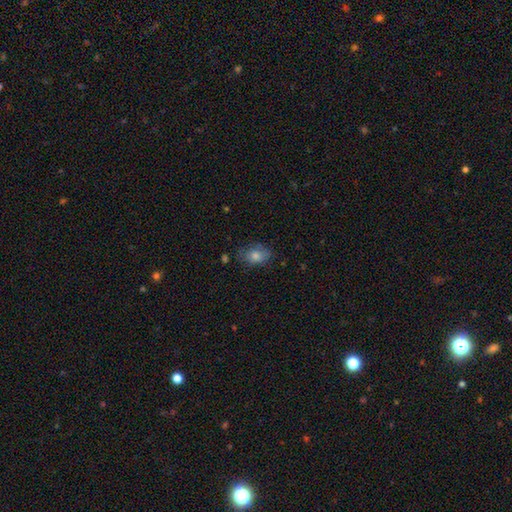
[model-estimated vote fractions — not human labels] smooth_or_featured: smooth (p=0.71) [alt: featured or disk p=0.16]
how_rounded: in between (p=0.74) [alt: round p=0.25]
merging: none (p=0.70) [alt: minor disturbance p=0.21]